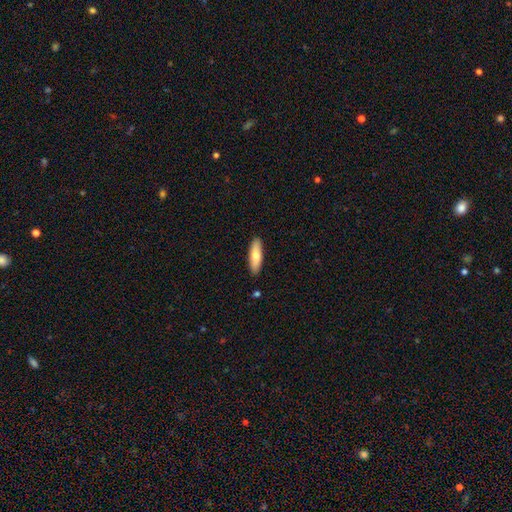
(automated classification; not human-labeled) Smooth or featured? Predicted: smooth (p=0.73). How rounded? Predicted: cigar-shaped (p=0.57). Merging? Predicted: none (p=0.90).